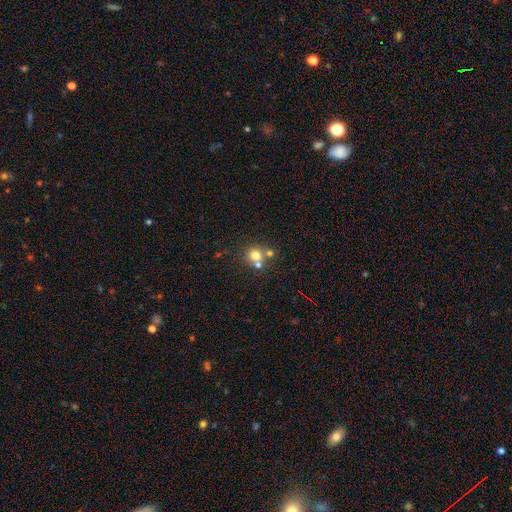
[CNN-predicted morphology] This is likely a smooth galaxy (71%). How rounded: clearly round (86%). Merging: possibly none (51%).